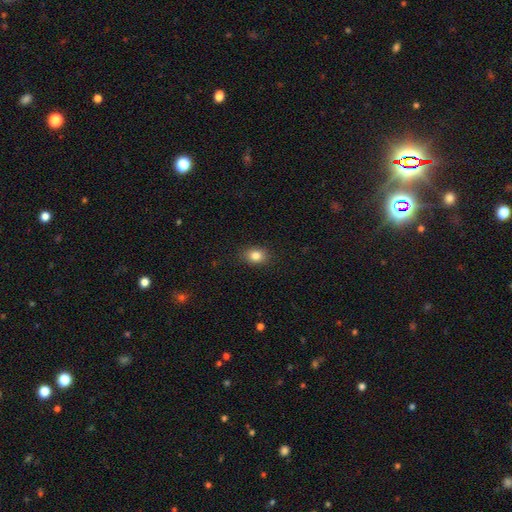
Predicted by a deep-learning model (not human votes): A smooth galaxy with no disk features (84%) that is in between round and cigar-shaped (59%).

Vote fractions:
- Smooth or featured? smooth: 84% / star or artifact: 10% / featured or disk: 6%
- How rounded? in between: 59% / round: 40% / cigar-shaped: 1%
- Merging? none: 88% / minor disturbance: 9% / major disturbance: 2% / merger: 1%